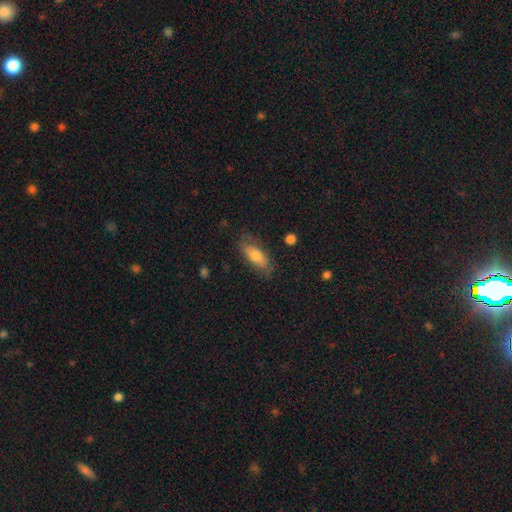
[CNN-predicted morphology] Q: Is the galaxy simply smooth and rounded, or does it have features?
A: smooth — 67%.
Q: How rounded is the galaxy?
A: in between — 74%.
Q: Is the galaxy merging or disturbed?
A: none — 72%.